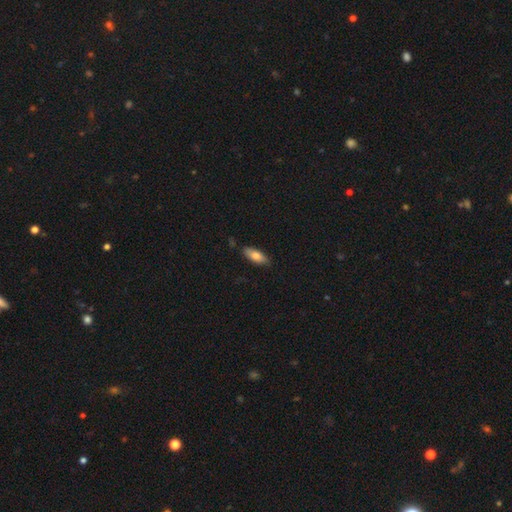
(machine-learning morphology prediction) Smooth or featured? Predicted: smooth (p=0.76). How rounded? Predicted: in between (p=0.73). Merging? Predicted: none (p=0.83).